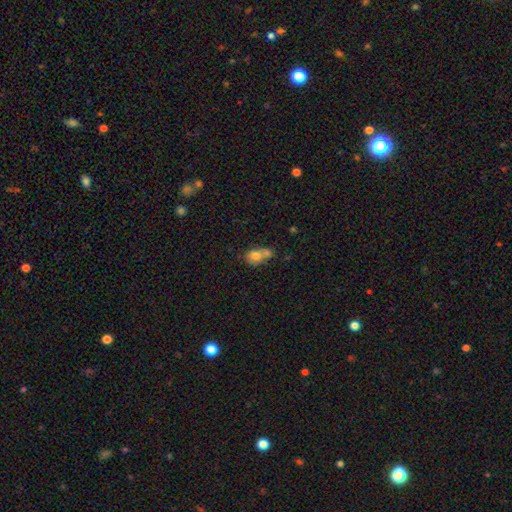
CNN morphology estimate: Smooth or featured: smooth — 75% (featured or disk — 16%)
How rounded: in between — 53% (round — 45%)
Merging: merger — 55% (none — 27%)